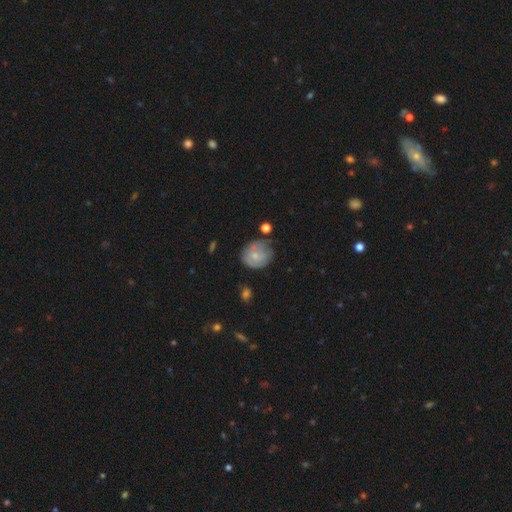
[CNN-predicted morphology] Q: Smooth or featured?
A: smooth (61%); runner-up: featured or disk (31%)
Q: How rounded?
A: round (73%); runner-up: in between (26%)
Q: Merging?
A: none (56%); runner-up: minor disturbance (30%)